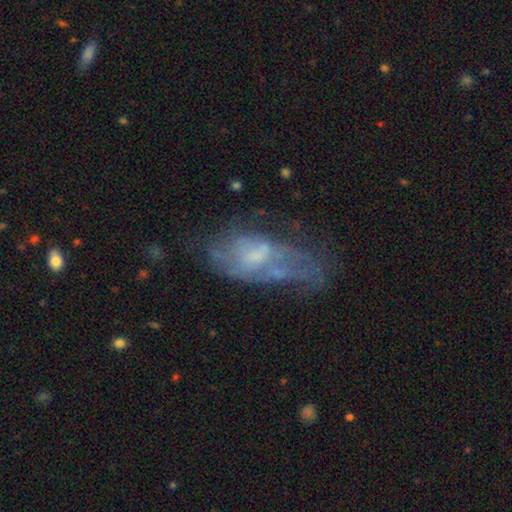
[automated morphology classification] Smooth or featured? featured or disk (57%)
Edge-on disk? no (93%)
Bar? no (69%)
Spiral arms? no (70%)
Bulge size? small (33%, tied with moderate)
Merging? major disturbance (35%)